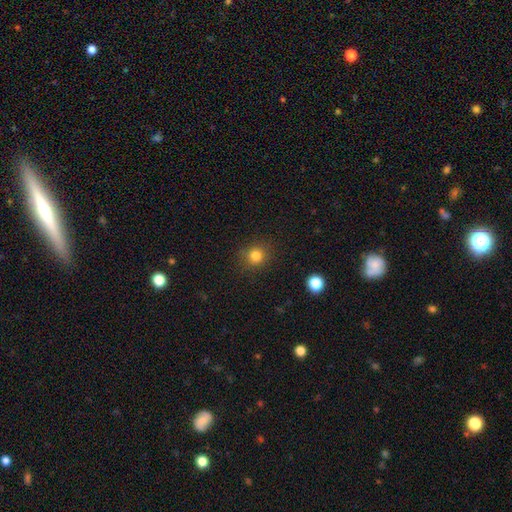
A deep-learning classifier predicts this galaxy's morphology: Smooth or featured: smooth — 81% (star or artifact — 13%)
How rounded: round — 89% (in between — 10%)
Merging: none — 88% (minor disturbance — 8%)